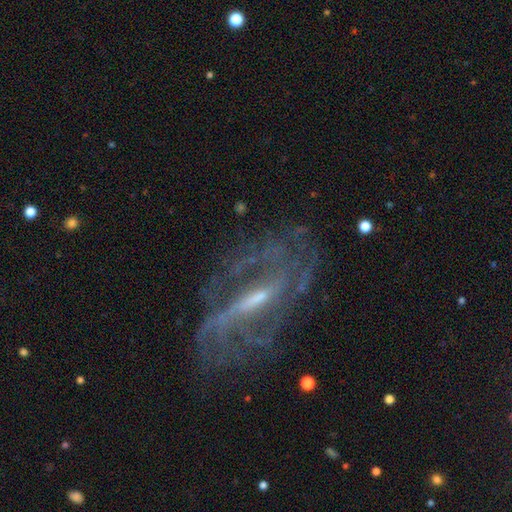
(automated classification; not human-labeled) Q: Smooth or featured?
A: featured or disk (85%); runner-up: star or artifact (8%)
Q: Edge-on disk?
A: no (87%); runner-up: yes (13%)
Q: Bar?
A: strong (48%); runner-up: weak (38%)
Q: Spiral arms?
A: yes (90%); runner-up: no (10%)
Q: Spiral winding?
A: medium (42%); runner-up: tight (31%)
Q: Spiral arm count?
A: 2 (38%); runner-up: can't tell (31%)
Q: Bulge size?
A: small (53%); runner-up: moderate (34%)
Q: Merging?
A: none (64%); runner-up: minor disturbance (18%)